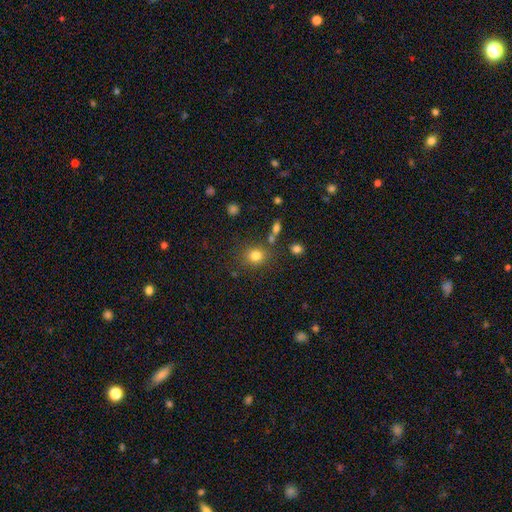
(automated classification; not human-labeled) This appears to be a smooth galaxy with no disk features (80%) that is round (76%). Merging: none (78%).